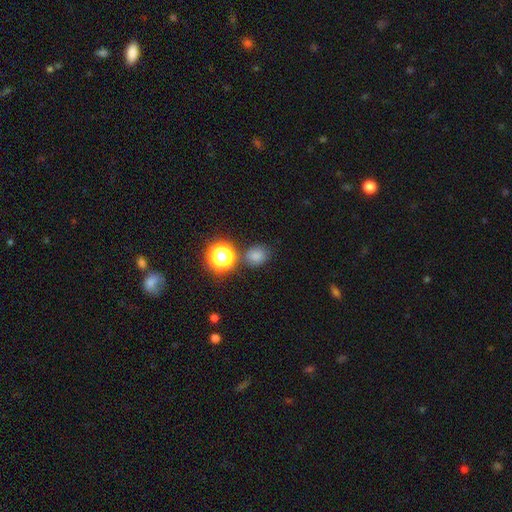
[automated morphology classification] type=smooth (74%); roundness=round (68%); merging=none (74%).